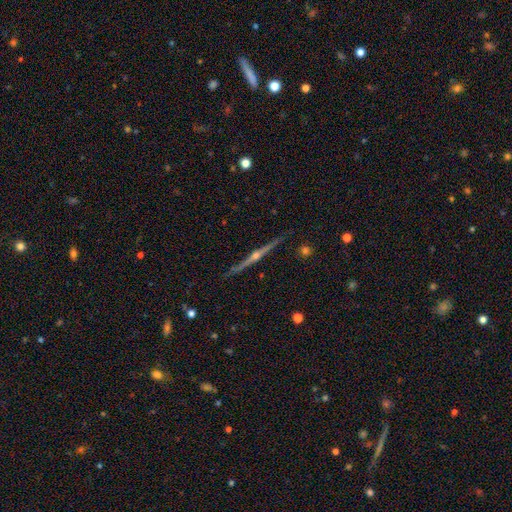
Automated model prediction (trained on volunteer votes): This is clearly a featured or disk galaxy (88%). It is clearly viewed edge-on (99%). Edge-on bulge: clearly rounded (92%). Merging: clearly none (91%).